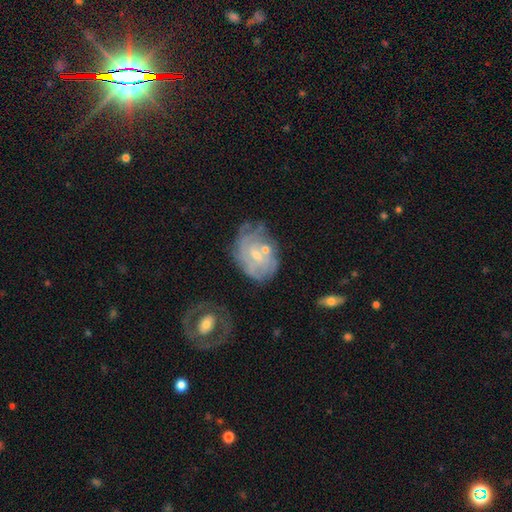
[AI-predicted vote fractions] This is likely a featured or disk galaxy (69%). It is clearly not viewed edge-on (96%). Bar: possibly no (51%). Spiral arm pattern: likely yes (73%). Central bulge: likely small (63%). Merging: possibly none (54%).